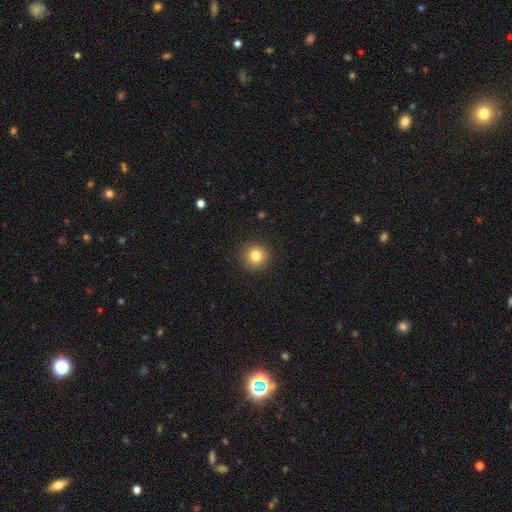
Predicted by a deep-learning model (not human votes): A smooth galaxy with no disk features (81%) that is round (94%).

Vote fractions:
- Smooth or featured? smooth: 81% / star or artifact: 12% / featured or disk: 8%
- How rounded? round: 94% / in between: 5% / cigar-shaped: 1%
- Merging? none: 91% / minor disturbance: 6% / major disturbance: 2% / merger: 1%